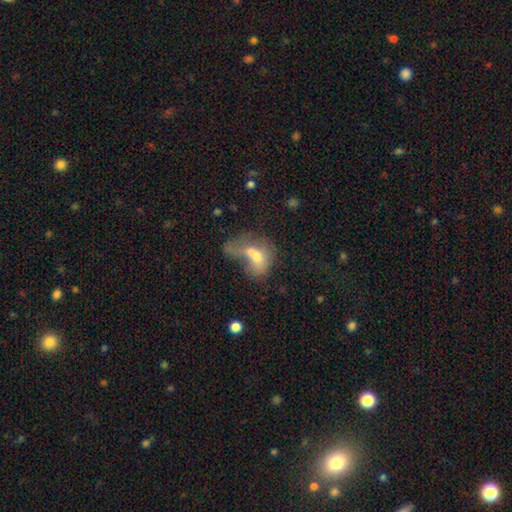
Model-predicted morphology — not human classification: Overall: smooth (57%; featured or disk 32%). How rounded: in between (76%). Merging: merger (42%; major disturbance 31%).